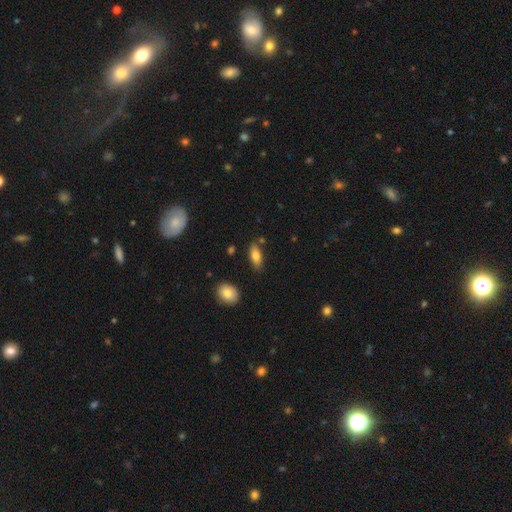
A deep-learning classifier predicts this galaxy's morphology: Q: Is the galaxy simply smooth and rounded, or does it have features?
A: smooth — 75%.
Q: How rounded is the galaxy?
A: in between — 77%.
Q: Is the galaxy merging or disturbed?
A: none — 78%.